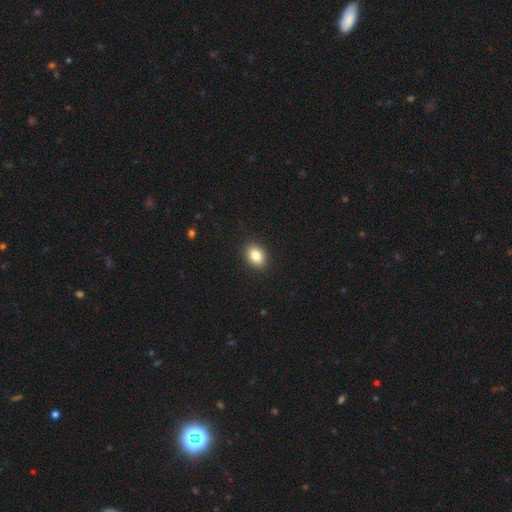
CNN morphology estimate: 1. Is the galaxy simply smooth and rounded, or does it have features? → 84% smooth, 9% star or artifact, 7% featured or disk.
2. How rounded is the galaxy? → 71% in between, 27% round, 1% cigar-shaped.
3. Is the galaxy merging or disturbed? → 91% none, 7% minor disturbance, 2% major disturbance, 1% merger.